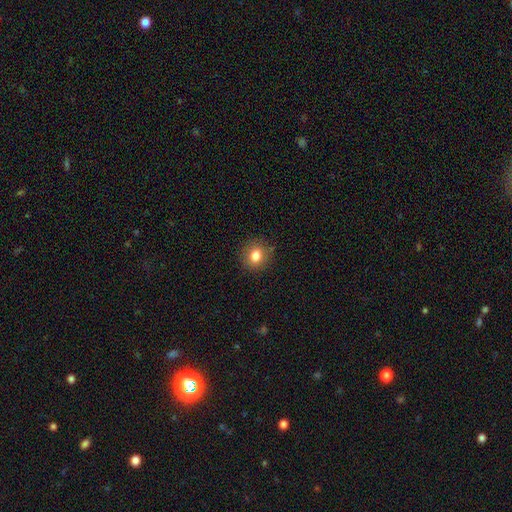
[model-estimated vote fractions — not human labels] smooth_or_featured: smooth (p=0.82) [alt: star or artifact p=0.11]
how_rounded: round (p=0.73) [alt: in between p=0.26]
merging: none (p=0.87) [alt: minor disturbance p=0.09]